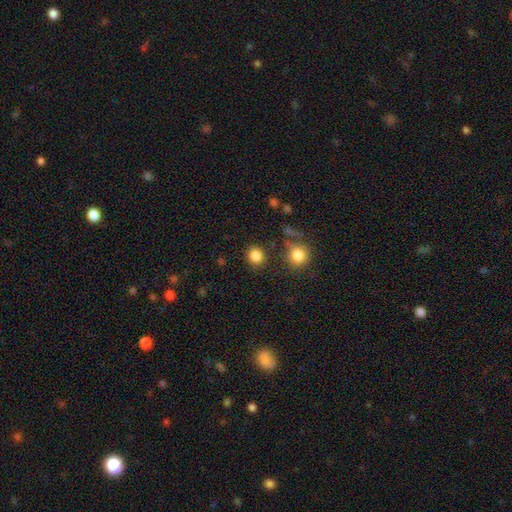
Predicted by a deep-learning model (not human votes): Smooth or featured?
  - smooth: 85% *
  - star or artifact: 11%
  - featured or disk: 4%
How rounded?
  - round: 84% *
  - in between: 15%
  - cigar-shaped: 1%
Merging?
  - none: 85% *
  - minor disturbance: 7%
  - merger: 4%
  - major disturbance: 3%